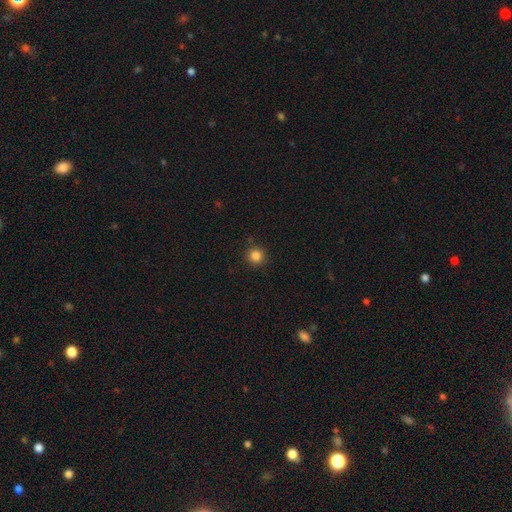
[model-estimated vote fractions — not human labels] The model was most divided on "smooth or featured": smooth: 84%, star or artifact: 12%, featured or disk: 4%. More confident: how rounded — round (95%); merging — none (90%).